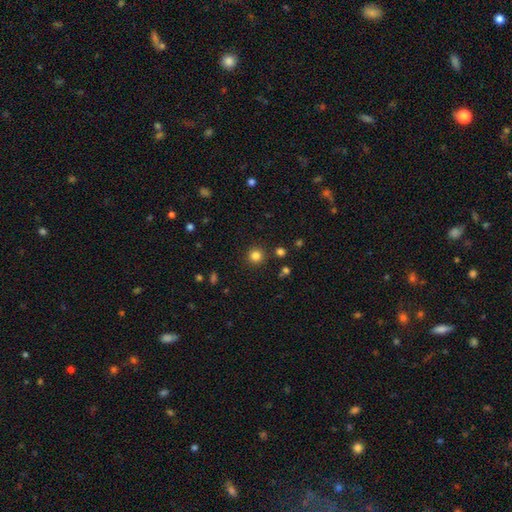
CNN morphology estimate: Smooth or featured? Predicted: smooth (p=0.82). How rounded? Predicted: round (p=0.94). Merging? Predicted: none (p=0.90).